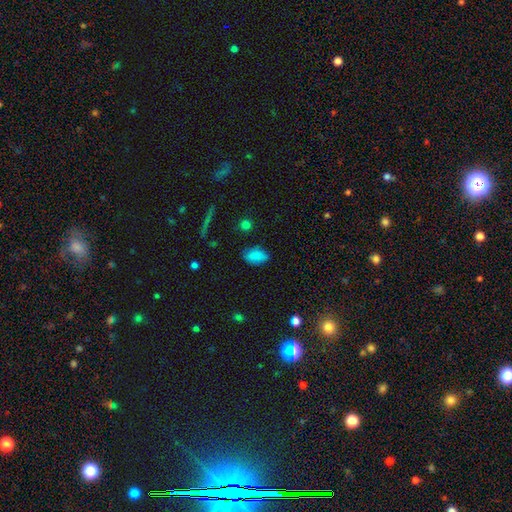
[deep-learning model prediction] Morphology: type=smooth (83%); roundness=in between (90%); merging=none (75%).